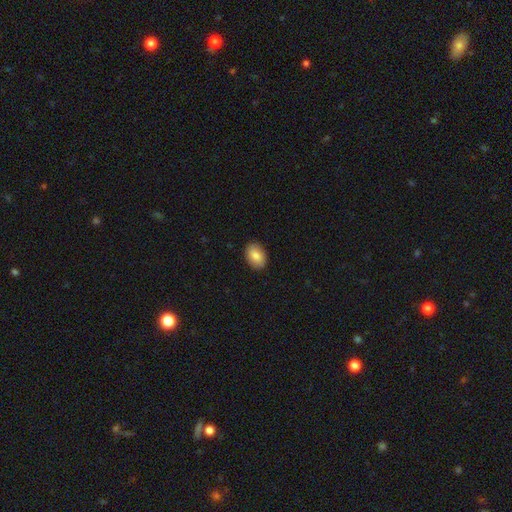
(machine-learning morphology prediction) A smooth galaxy with no disk features (85%) that is in between round and cigar-shaped (84%). Merging: none (90%).